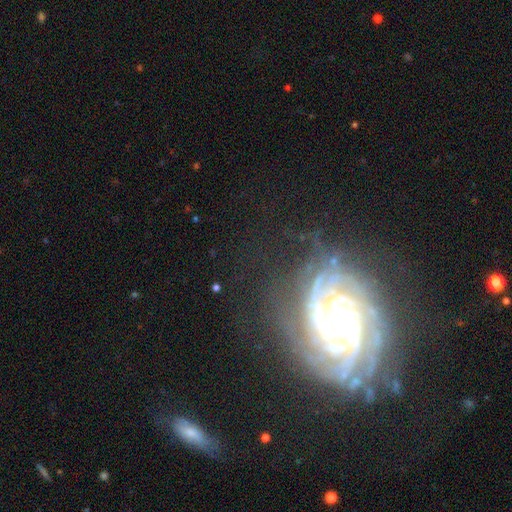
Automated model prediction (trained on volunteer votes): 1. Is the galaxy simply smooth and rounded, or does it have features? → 86% featured or disk, 9% star or artifact, 5% smooth.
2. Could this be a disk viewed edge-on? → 97% no, 3% yes.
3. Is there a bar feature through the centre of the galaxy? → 61% no, 24% weak, 16% strong.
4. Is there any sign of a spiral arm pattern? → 98% yes, 2% no.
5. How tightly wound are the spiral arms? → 77% tight, 19% medium, 3% loose.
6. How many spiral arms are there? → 24% 3, 22% 4, 17% can't tell, 15% 2, 13% more than 4, 9% 1.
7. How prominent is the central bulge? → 51% moderate, 22% small, 21% large, 3% none, 3% dominant.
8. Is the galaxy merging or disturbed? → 75% none, 15% minor disturbance, 8% major disturbance, 2% merger.